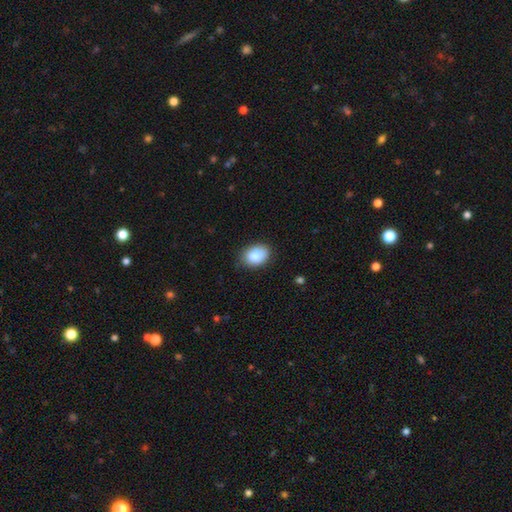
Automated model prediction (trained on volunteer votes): Smooth or featured?
  - smooth: 88% *
  - star or artifact: 7%
  - featured or disk: 5%
How rounded?
  - in between: 77% *
  - round: 22%
  - cigar-shaped: 1%
Merging?
  - none: 77% *
  - minor disturbance: 19%
  - major disturbance: 3%
  - merger: 1%